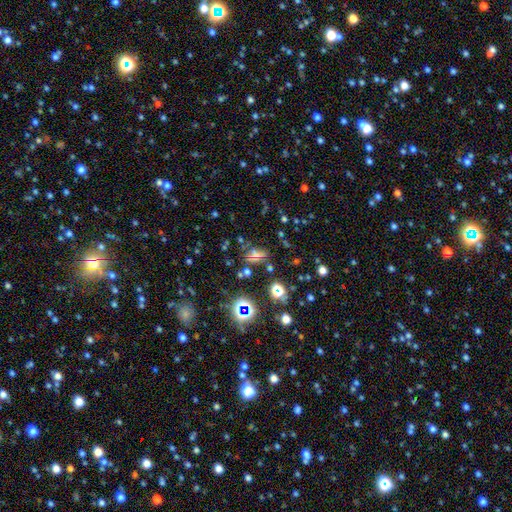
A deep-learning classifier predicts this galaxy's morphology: smooth_or_featured: star or artifact (p=0.46) [alt: smooth p=0.37]